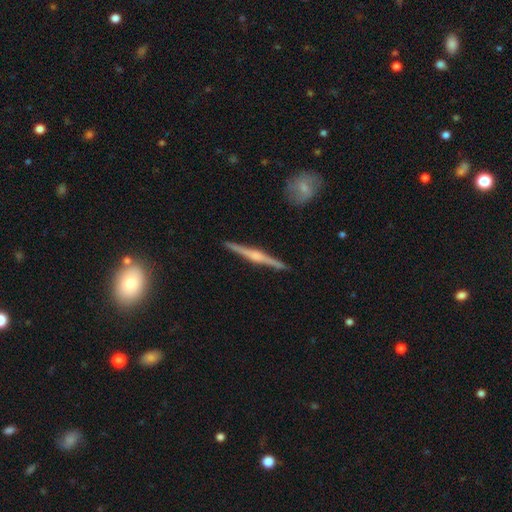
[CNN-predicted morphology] smooth-or-featured: featured or disk: 81% | smooth: 14% | star or artifact: 5%
  disk-edge-on: yes: 98% | no: 2%
    edge-on-bulge: rounded: 75% | boxy: 16% | none: 9%
  merging: none: 92% | minor disturbance: 6% | major disturbance: 1% | merger: 1%